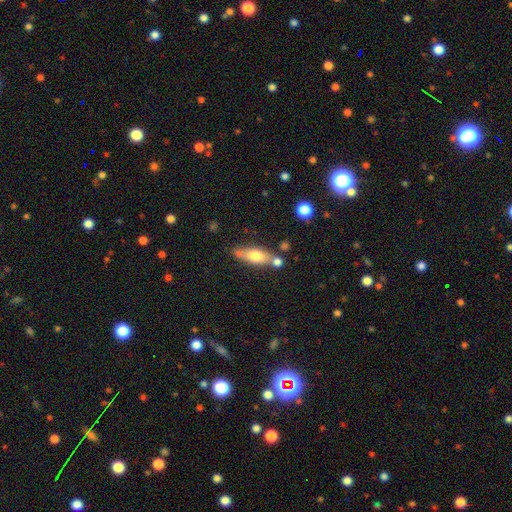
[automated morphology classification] This is likely a smooth galaxy (63%). How rounded: likely in between (61%). Merging: possibly none (57%).